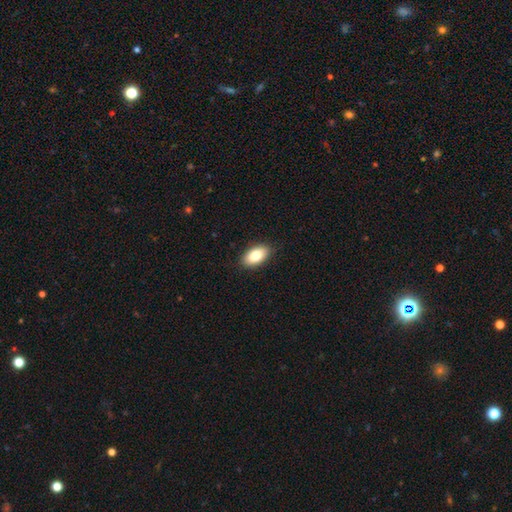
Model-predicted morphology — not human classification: The model was most divided on "smooth or featured": smooth: 83%, featured or disk: 10%, star or artifact: 7%. More confident: how rounded — in between (93%); merging — none (89%).